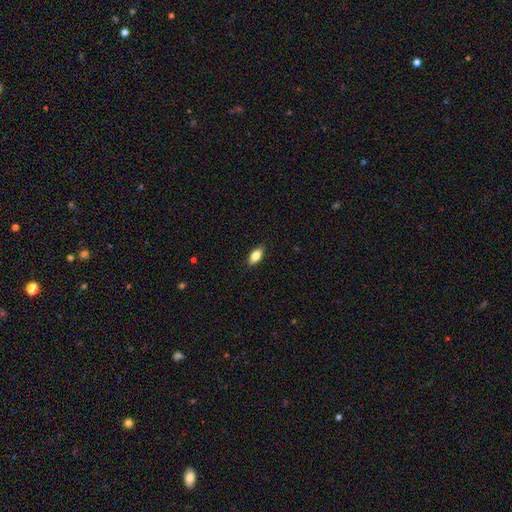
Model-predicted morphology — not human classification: smooth-or-featured: smooth: 81% | featured or disk: 12% | star or artifact: 7%
  how-rounded: in between: 88% | cigar-shaped: 8% | round: 4%
  merging: none: 88% | minor disturbance: 10% | major disturbance: 2% | merger: 1%